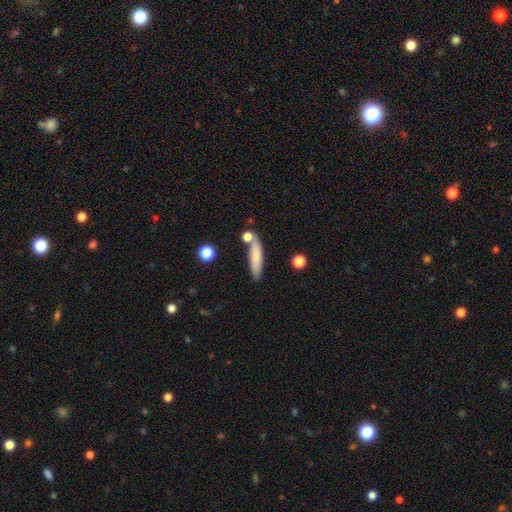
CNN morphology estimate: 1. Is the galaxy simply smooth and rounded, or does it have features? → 76% smooth, 17% featured or disk, 7% star or artifact.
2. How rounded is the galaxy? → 75% cigar-shaped, 23% in between, 2% round.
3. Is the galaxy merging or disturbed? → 66% none, 15% minor disturbance, 15% merger, 4% major disturbance.